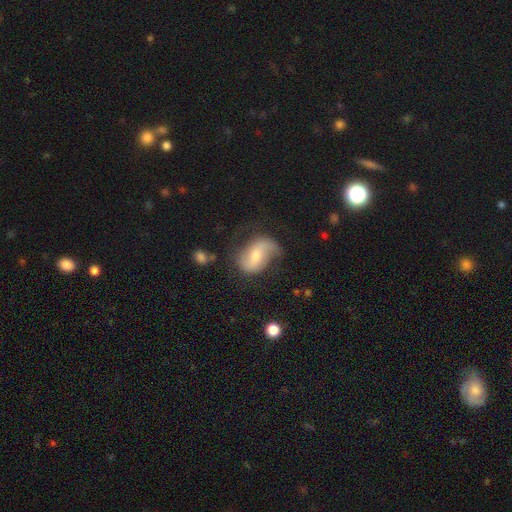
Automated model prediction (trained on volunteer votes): Smooth or featured? featured or disk (66%)
Edge-on disk? no (96%)
Bar? weak (45%)
Spiral arms? yes (89%)
Spiral winding? loose (61%)
Spiral arm count? 2 (83%)
Bulge size? moderate (51%)
Merging? none (57%)